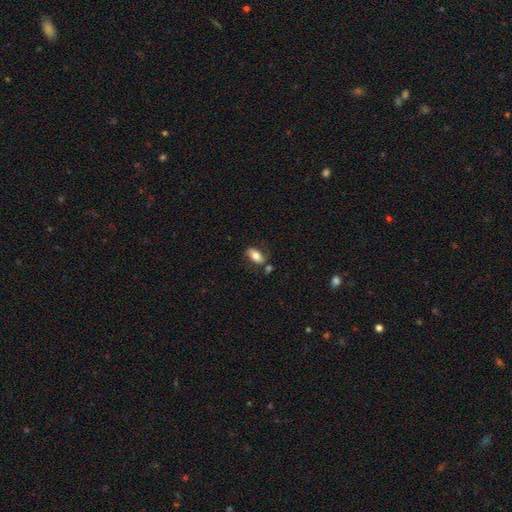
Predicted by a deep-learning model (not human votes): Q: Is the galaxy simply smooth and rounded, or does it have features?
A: smooth — 71%.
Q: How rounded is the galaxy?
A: in between — 89%.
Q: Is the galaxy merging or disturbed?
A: none — 62%.